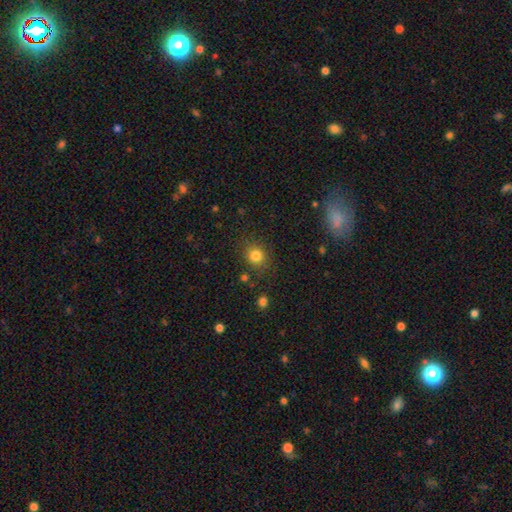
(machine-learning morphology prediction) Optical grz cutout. It shows a smooth galaxy with no disk features (82%) that is round (81%). Merging: none (83%).